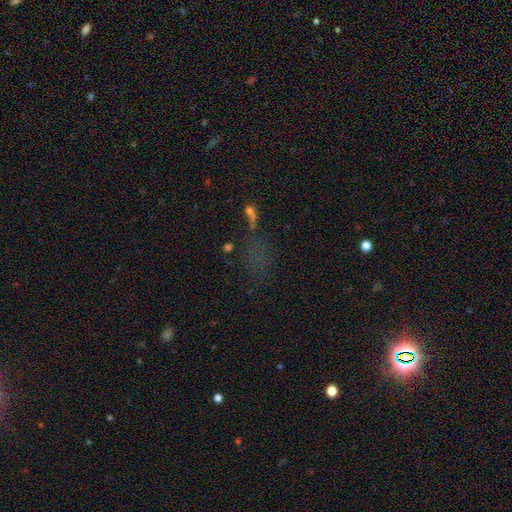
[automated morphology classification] smooth_or_featured: star or artifact (p=0.55) [alt: smooth p=0.31]